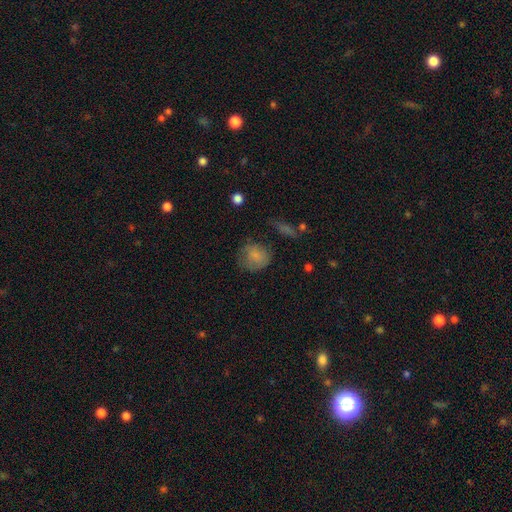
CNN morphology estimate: Overall: smooth (77%). How rounded: round (70%). Merging: none (57%; minor disturbance 27%).